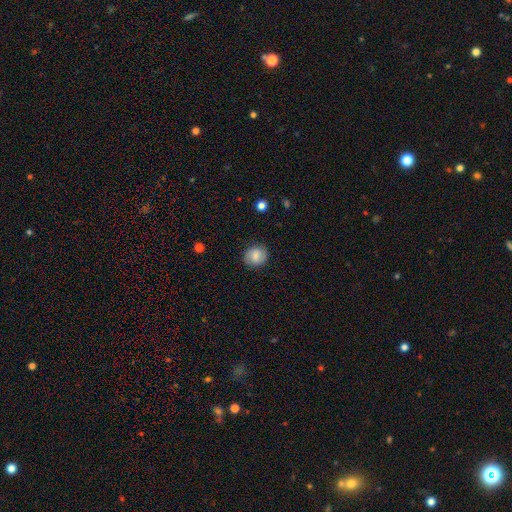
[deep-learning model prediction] A smooth galaxy with no disk features (65%) that is round (74%). Merging: none (84%).